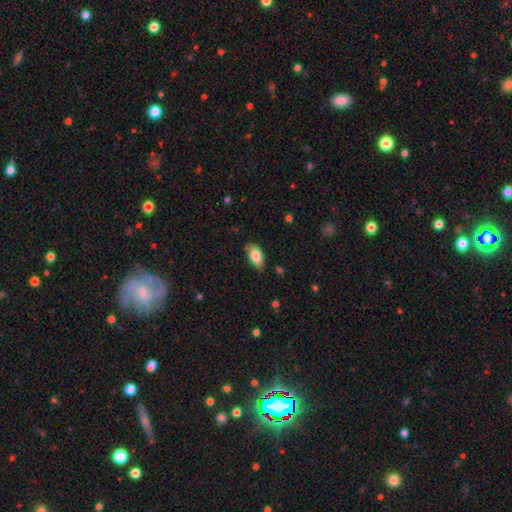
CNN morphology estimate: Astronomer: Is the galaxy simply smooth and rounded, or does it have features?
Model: smooth — 83%.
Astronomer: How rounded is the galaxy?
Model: in between — 93%.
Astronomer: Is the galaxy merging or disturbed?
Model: none — 79%.